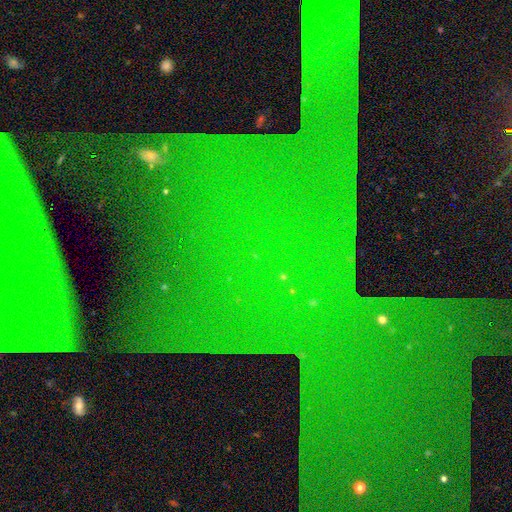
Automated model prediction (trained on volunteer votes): Smooth or featured: star or artifact — 82% (featured or disk — 9%)